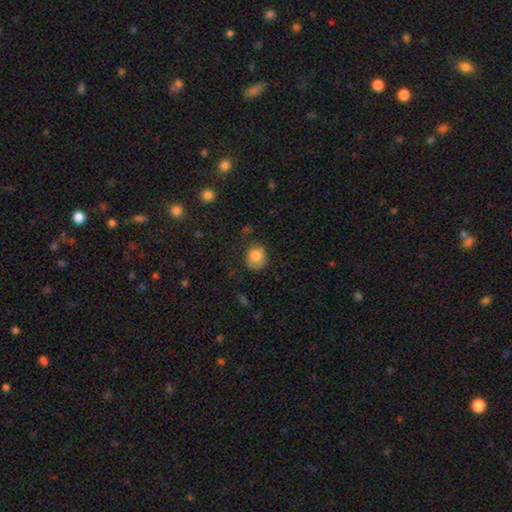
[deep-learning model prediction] smooth-or-featured: smooth: 81% | featured or disk: 10% | star or artifact: 9%
  how-rounded: round: 74% | in between: 25% | cigar-shaped: 1%
  merging: none: 61% | minor disturbance: 27% | major disturbance: 10% | merger: 2%